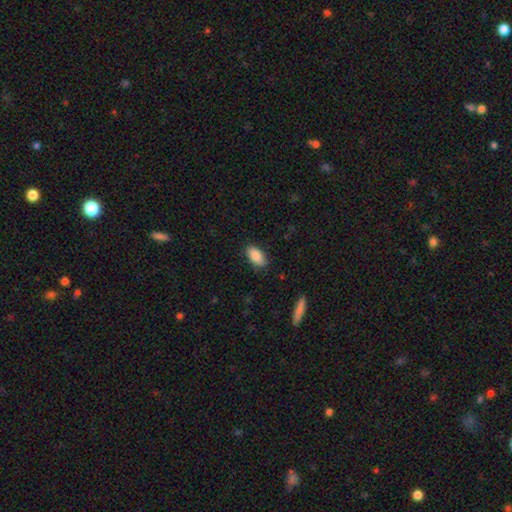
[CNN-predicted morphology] A smooth galaxy with no disk features (87%) that is in between round and cigar-shaped (92%). Merging: none (84%).